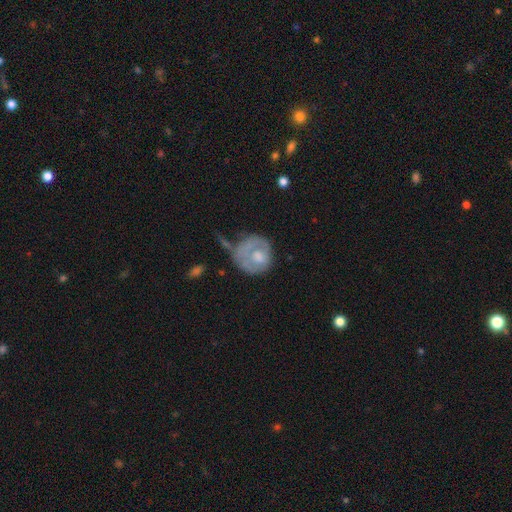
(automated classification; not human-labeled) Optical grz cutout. It shows a smooth galaxy with no disk features (50%) that is round (84%). Merging: none (42%).